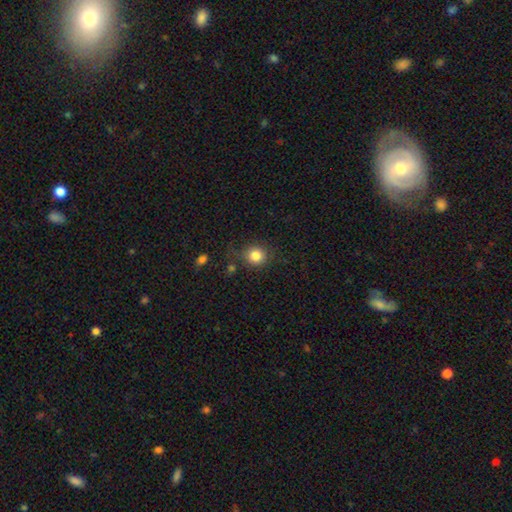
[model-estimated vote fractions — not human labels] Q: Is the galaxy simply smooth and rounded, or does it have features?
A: smooth — 84%.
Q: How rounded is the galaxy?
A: round — 87%.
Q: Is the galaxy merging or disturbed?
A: none — 77%.